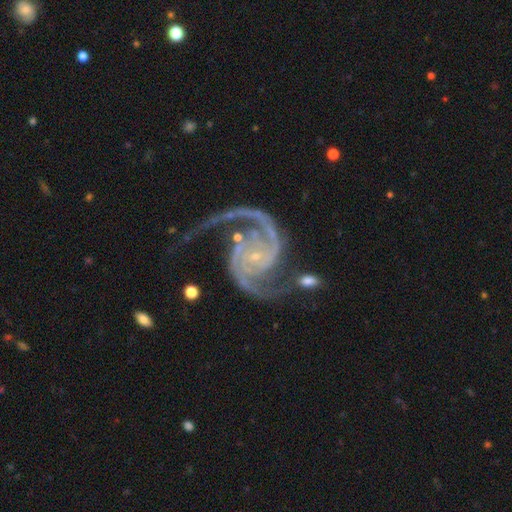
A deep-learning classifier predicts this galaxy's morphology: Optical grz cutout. It shows a featured or disk galaxy (94%) with no bar (68%), 2 (90%) medium (58%) spiral arms (99%) and a small central bulge (86%). Merging: none (59%).